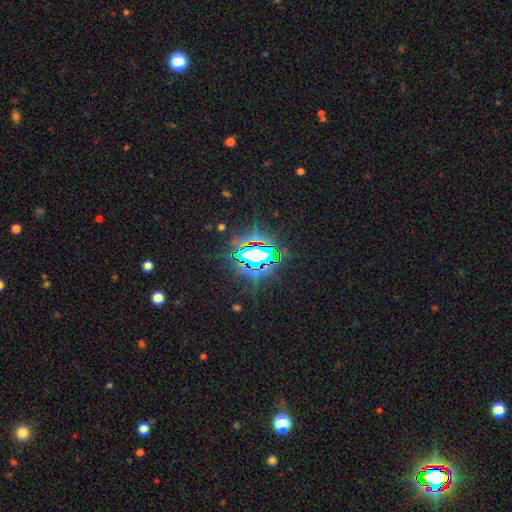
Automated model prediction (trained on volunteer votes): smooth_or_featured: star or artifact (p=0.76) [alt: smooth p=0.12]